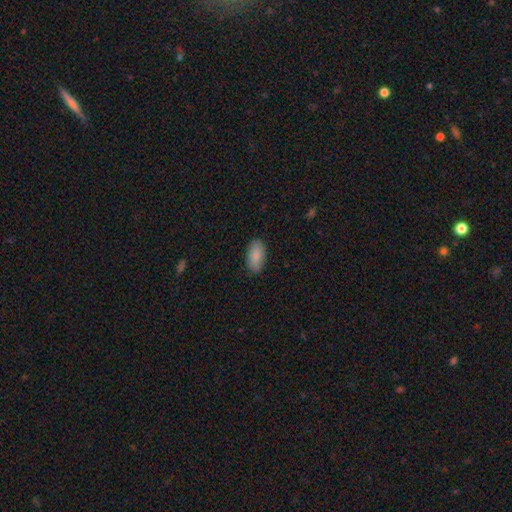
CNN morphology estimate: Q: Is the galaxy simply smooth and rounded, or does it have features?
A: smooth — 88%.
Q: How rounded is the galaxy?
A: in between — 94%.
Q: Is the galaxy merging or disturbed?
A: none — 87%.